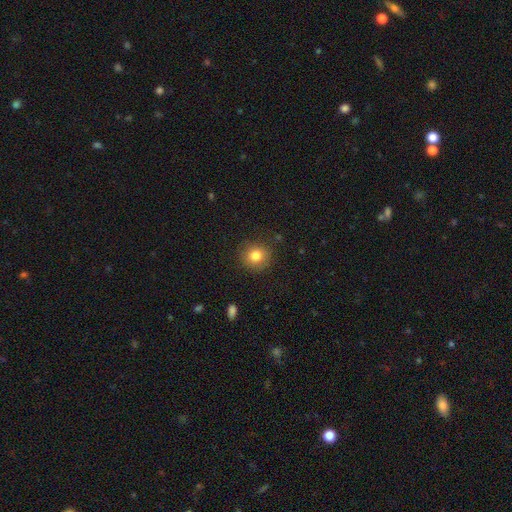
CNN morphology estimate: smooth 82%, star or artifact 10%, featured or disk 8%. Down the decision tree: how rounded — round (88%); merging — none (86%).